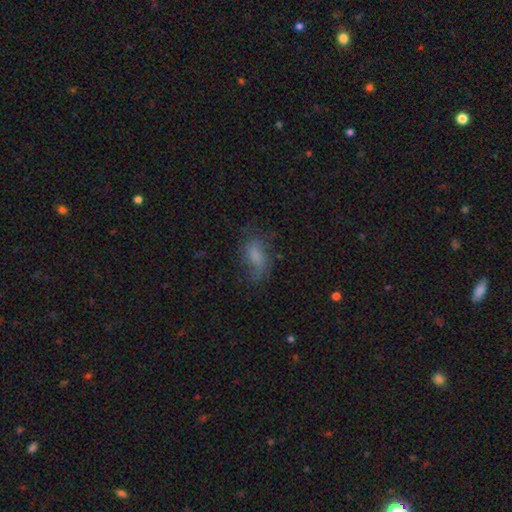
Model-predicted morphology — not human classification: The model was most divided on "smooth or featured": smooth: 57%, featured or disk: 31%, star or artifact: 12%. More confident: how rounded — in between (84%); merging — none (54%).